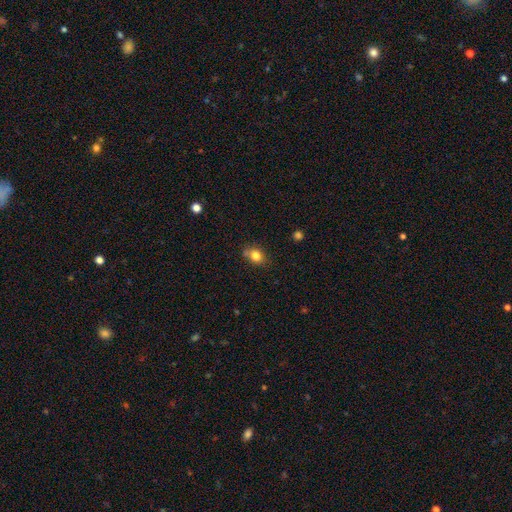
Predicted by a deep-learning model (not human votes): A smooth galaxy with no disk features (82%) that is round (52%). Merging: none (68%).